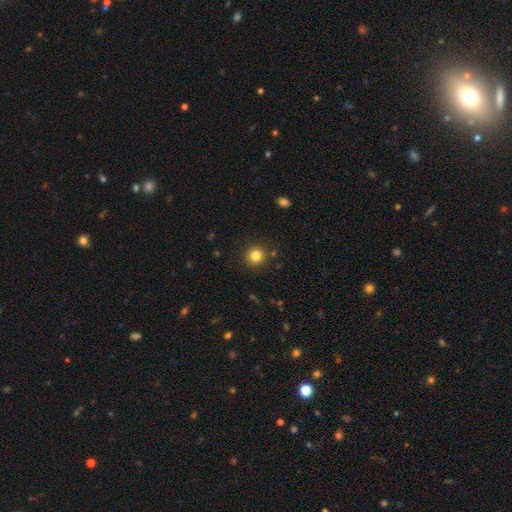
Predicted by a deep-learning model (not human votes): A smooth galaxy with no disk features (82%) that is round (93%). Merging: none (89%).